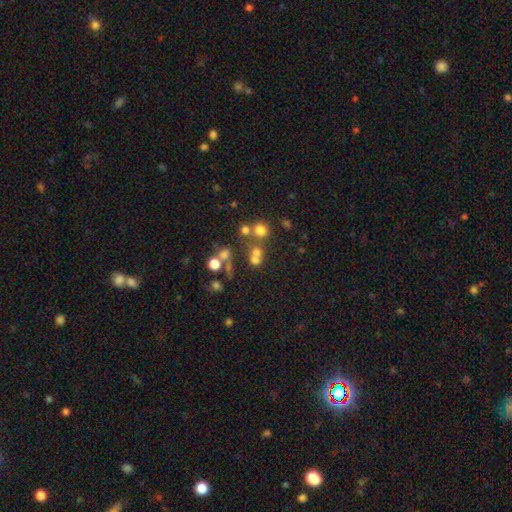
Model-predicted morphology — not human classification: smooth-or-featured: smooth: 59% | star or artifact: 24% | featured or disk: 17%
  how-rounded: round: 81% | in between: 17% | cigar-shaped: 1%
  merging: none: 48% | merger: 37% | minor disturbance: 9% | major disturbance: 7%